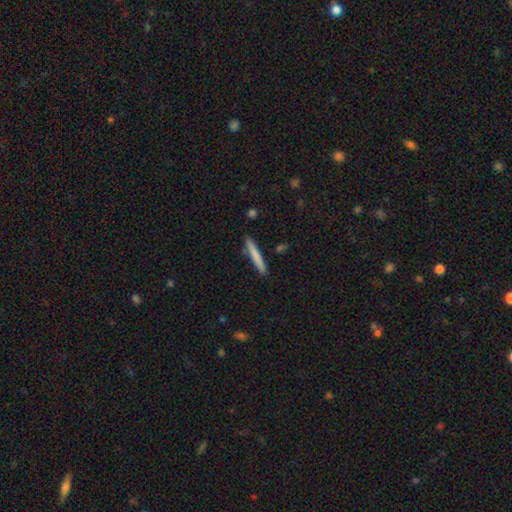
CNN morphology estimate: smooth-or-featured: smooth: 75% | featured or disk: 20% | star or artifact: 5%
  how-rounded: cigar-shaped: 96% | in between: 3% | round: 1%
  merging: none: 89% | minor disturbance: 7% | merger: 2% | major disturbance: 1%